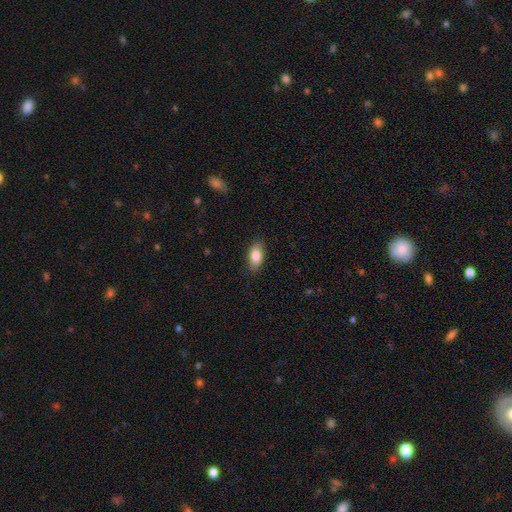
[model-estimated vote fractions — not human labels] A smooth galaxy with no disk features (84%) that is in between round and cigar-shaped (90%).

Vote fractions:
- Smooth or featured? smooth: 84% / featured or disk: 10% / star or artifact: 7%
- How rounded? in between: 90% / cigar-shaped: 6% / round: 4%
- Merging? none: 86% / minor disturbance: 11% / major disturbance: 2% / merger: 1%